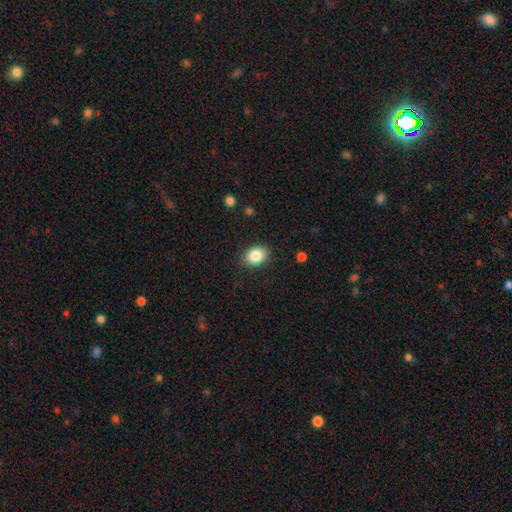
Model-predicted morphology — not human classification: This appears to be a smooth galaxy with no disk features (85%) that is in between round and cigar-shaped (62%). Merging: none (87%).